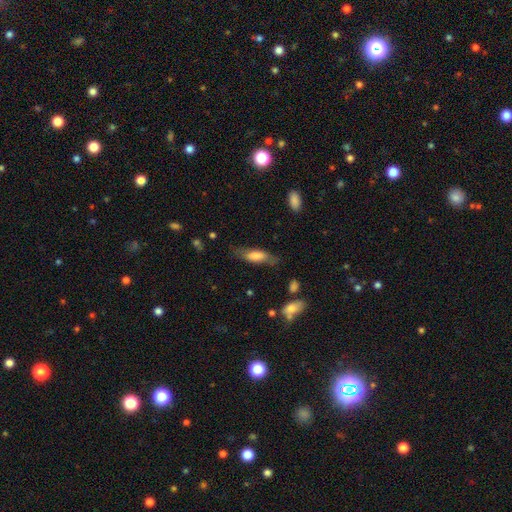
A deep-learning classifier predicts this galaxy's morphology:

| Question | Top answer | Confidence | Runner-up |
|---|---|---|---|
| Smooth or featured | smooth | 64% | featured or disk (29%) |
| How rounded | in between | 50% | cigar-shaped (48%) |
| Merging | none | 67% | minor disturbance (22%) |